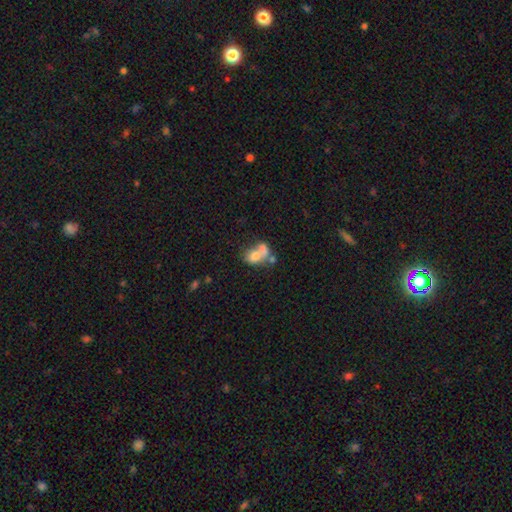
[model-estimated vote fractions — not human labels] Morphology: type=smooth (68%); roundness=in between (59%); merging=merger (64%).